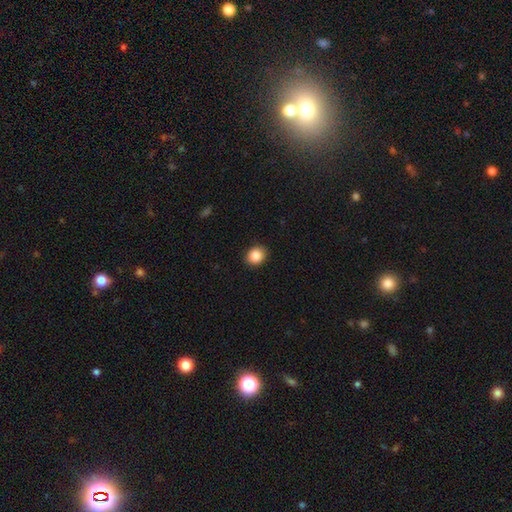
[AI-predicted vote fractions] This appears to be a smooth galaxy with no disk features (87%) that is round (66%). Merging: none (90%).